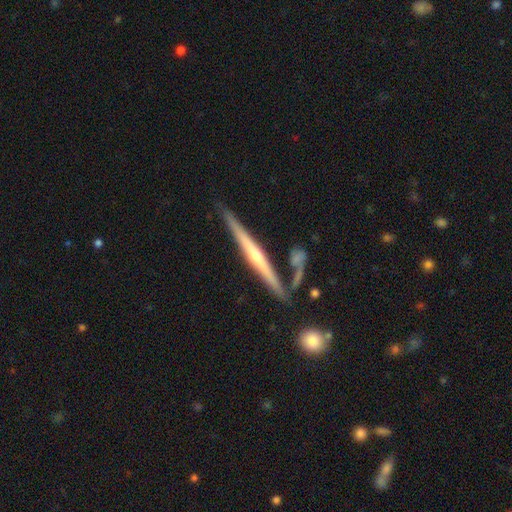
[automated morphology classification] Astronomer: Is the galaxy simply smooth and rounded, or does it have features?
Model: featured or disk — 73%.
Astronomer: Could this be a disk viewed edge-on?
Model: yes — 97%.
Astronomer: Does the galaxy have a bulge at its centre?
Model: rounded — 60%.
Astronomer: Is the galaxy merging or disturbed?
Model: none — 78%.